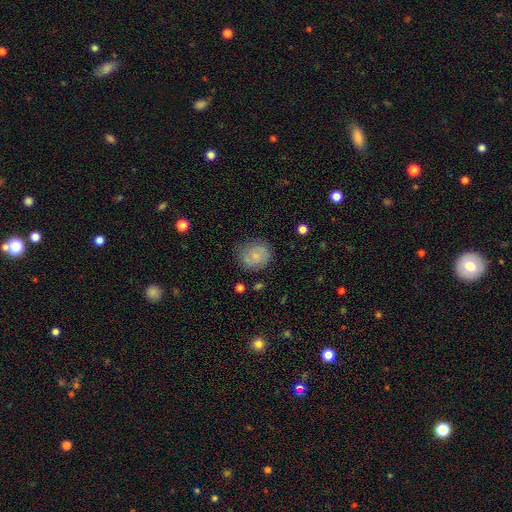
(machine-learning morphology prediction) A smooth galaxy with no disk features (59%) that is round (78%).

Vote fractions:
- Smooth or featured? smooth: 59% / featured or disk: 33% / star or artifact: 8%
- How rounded? round: 78% / in between: 21% / cigar-shaped: 1%
- Merging? none: 73% / minor disturbance: 19% / major disturbance: 6% / merger: 2%